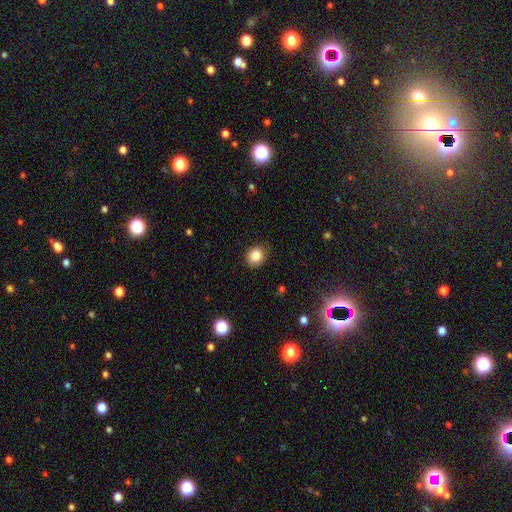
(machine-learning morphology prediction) A smooth galaxy with no disk features (86%) that is round (73%). Merging: none (85%).